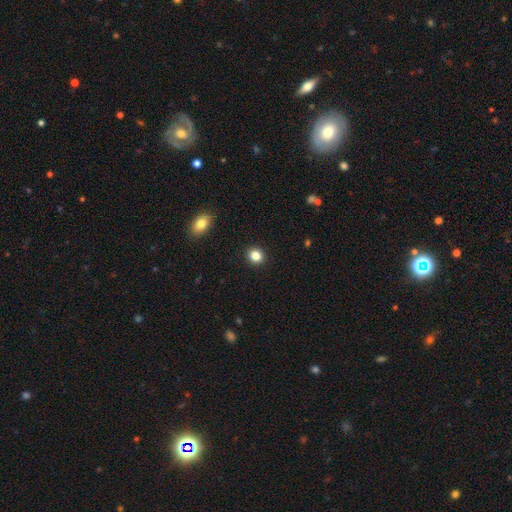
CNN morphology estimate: A smooth galaxy with no disk features (84%) that is round (77%).

Vote fractions:
- Smooth or featured? smooth: 84% / star or artifact: 11% / featured or disk: 5%
- How rounded? round: 77% / in between: 22% / cigar-shaped: 1%
- Merging? none: 92% / minor disturbance: 5% / major disturbance: 2% / merger: 1%